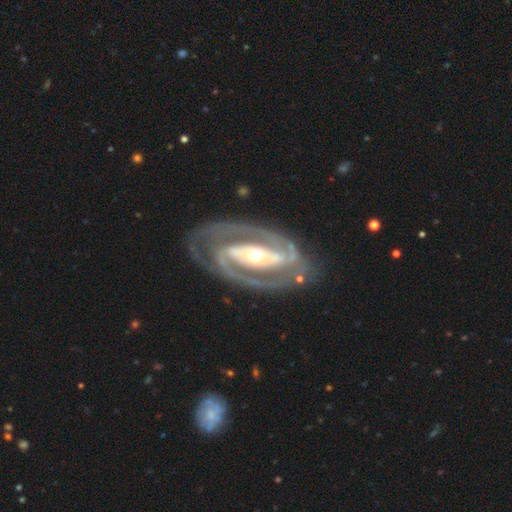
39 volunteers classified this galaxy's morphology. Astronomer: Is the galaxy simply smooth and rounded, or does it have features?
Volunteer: featured or disk — 95%.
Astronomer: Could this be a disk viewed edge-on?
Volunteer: no — 97%.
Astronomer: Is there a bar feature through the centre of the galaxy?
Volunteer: strong — 67%.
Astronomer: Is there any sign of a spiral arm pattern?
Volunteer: yes — 100%.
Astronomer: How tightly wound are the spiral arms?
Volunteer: medium — 69%.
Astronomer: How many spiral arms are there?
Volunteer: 2 — 97%.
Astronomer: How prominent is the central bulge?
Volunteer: moderate — 53% (runner-up: small, 42%).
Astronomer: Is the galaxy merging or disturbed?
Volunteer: none — 71%.